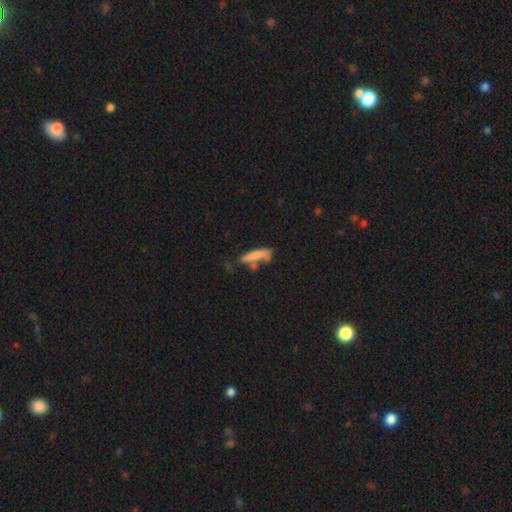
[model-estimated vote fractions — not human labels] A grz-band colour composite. It shows a smooth galaxy with no disk features (73%) that is cigar-shaped (84%). Merging: none (55%).